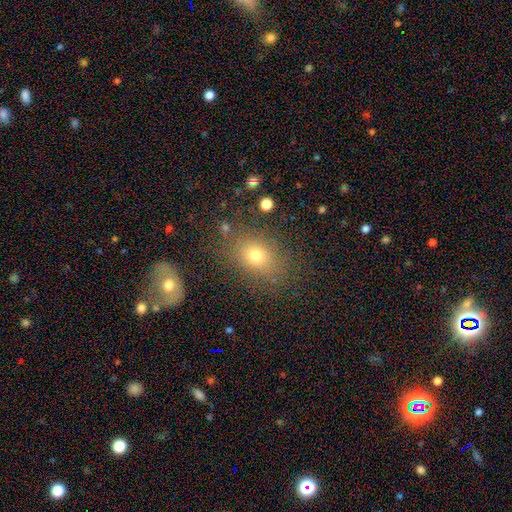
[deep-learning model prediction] Smooth or featured? Predicted: smooth (p=0.71). How rounded? Predicted: in between (p=0.59). Merging? Predicted: none (p=0.79).